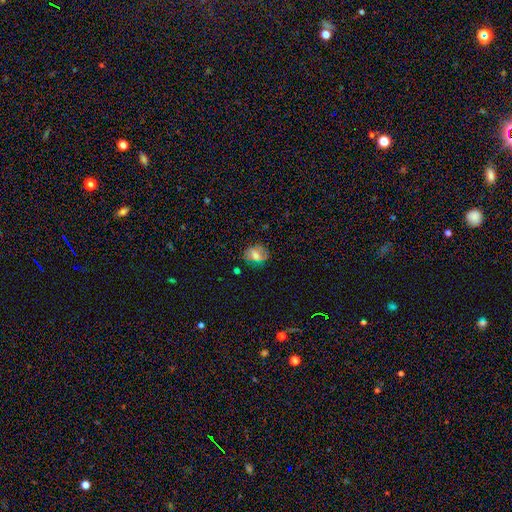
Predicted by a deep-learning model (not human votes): The model was most divided on "how rounded": round: 54%, in between: 44%, cigar-shaped: 2%. More confident: merging — none (72%); smooth or featured — smooth (57%).